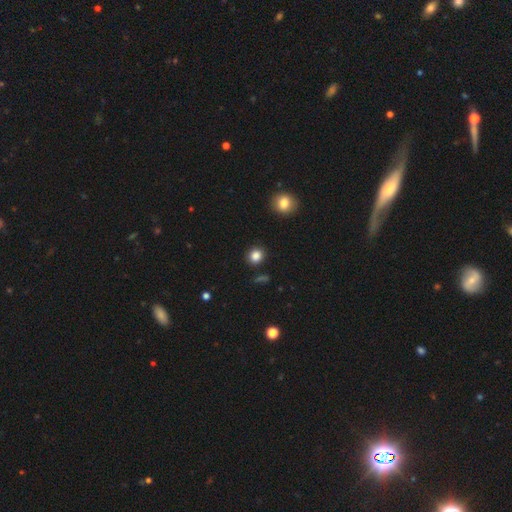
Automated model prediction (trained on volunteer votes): Q: Smooth or featured?
A: smooth (85%); runner-up: star or artifact (11%)
Q: How rounded?
A: round (83%); runner-up: in between (16%)
Q: Merging?
A: none (90%); runner-up: minor disturbance (6%)